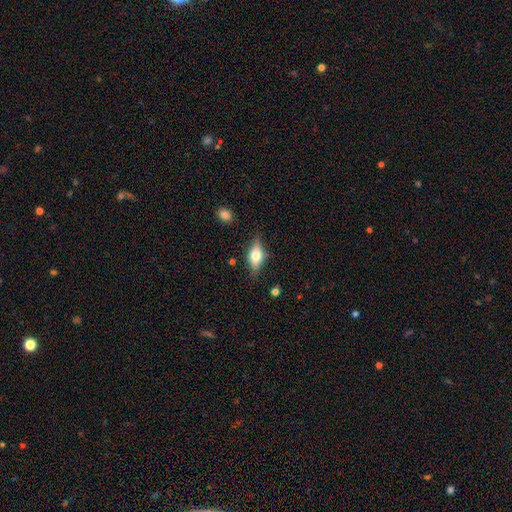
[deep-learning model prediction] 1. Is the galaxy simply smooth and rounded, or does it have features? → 59% smooth, 33% featured or disk, 8% star or artifact.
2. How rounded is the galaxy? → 80% in between, 14% cigar-shaped, 6% round.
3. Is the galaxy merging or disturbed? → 78% none, 16% minor disturbance, 4% major disturbance, 2% merger.